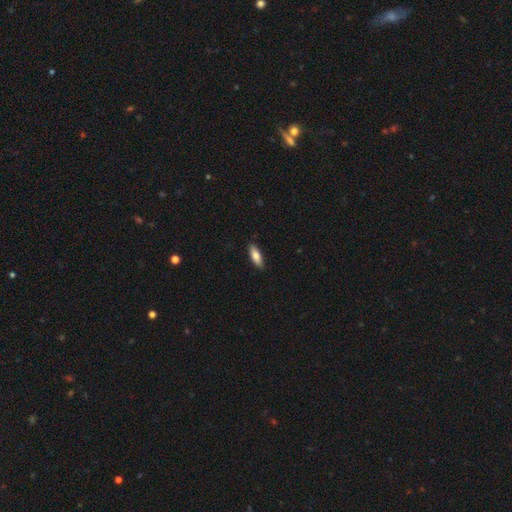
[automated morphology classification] A smooth galaxy with no disk features (80%) that is in between round and cigar-shaped (65%). Merging: none (87%).